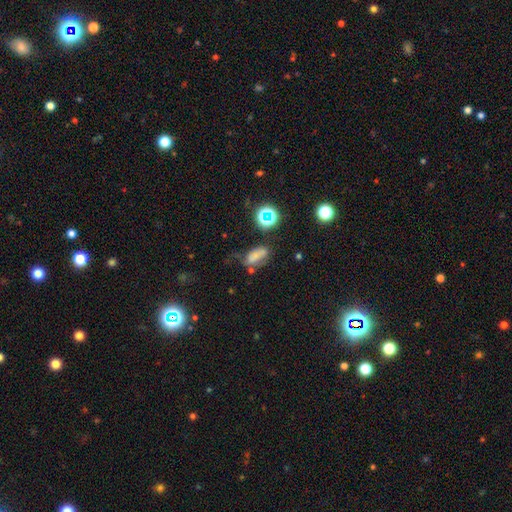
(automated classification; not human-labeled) Morphology: type=smooth (64%); roundness=in between (82%); merging=none (46%).